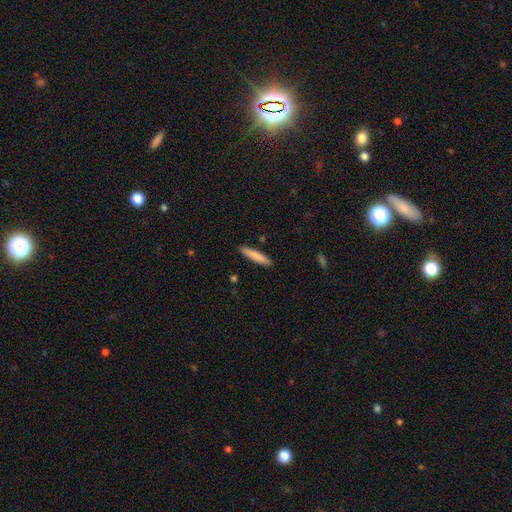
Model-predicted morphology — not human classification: Q: Smooth or featured?
A: smooth (81%); runner-up: featured or disk (13%)
Q: How rounded?
A: cigar-shaped (88%); runner-up: in between (11%)
Q: Merging?
A: none (90%); runner-up: minor disturbance (7%)